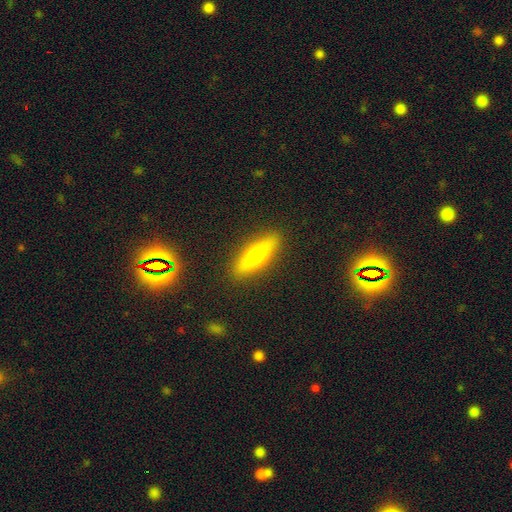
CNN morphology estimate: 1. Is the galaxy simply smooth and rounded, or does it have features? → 50% smooth, 43% featured or disk, 7% star or artifact.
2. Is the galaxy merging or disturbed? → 89% none, 7% minor disturbance, 2% major disturbance, 1% merger.